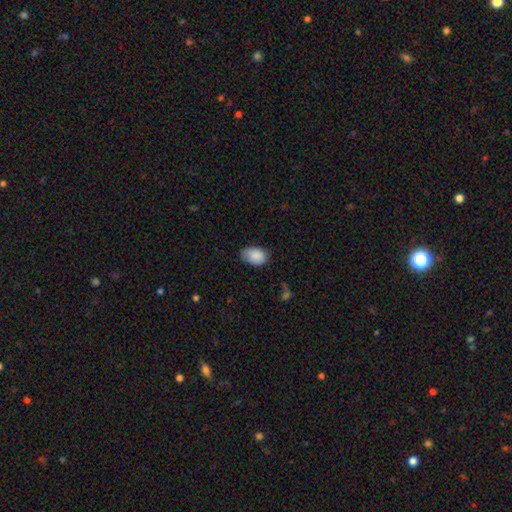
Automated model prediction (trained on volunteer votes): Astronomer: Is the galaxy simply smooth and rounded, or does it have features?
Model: smooth — 87%.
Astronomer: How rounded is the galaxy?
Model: in between — 88%.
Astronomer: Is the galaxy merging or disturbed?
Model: none — 63%.